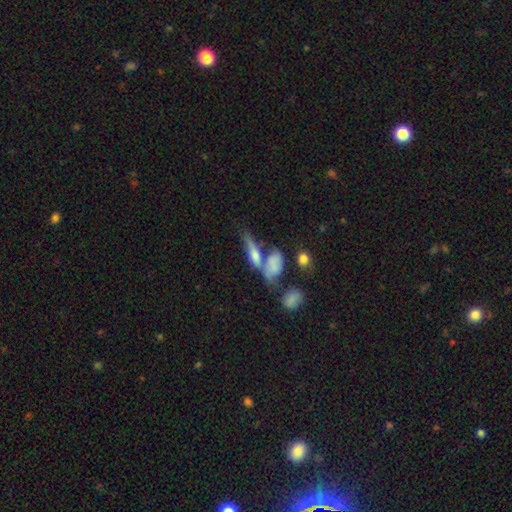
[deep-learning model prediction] smooth-or-featured: smooth: 50% | featured or disk: 38% | star or artifact: 12%
  merging: merger: 39% | none: 38% | minor disturbance: 14% | major disturbance: 9%